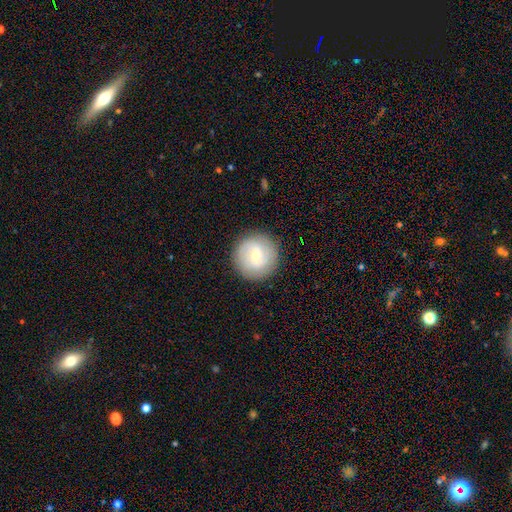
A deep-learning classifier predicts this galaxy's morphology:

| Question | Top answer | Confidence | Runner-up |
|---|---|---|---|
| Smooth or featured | smooth | 47% | featured or disk (45%) |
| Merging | none | 89% | minor disturbance (7%) |